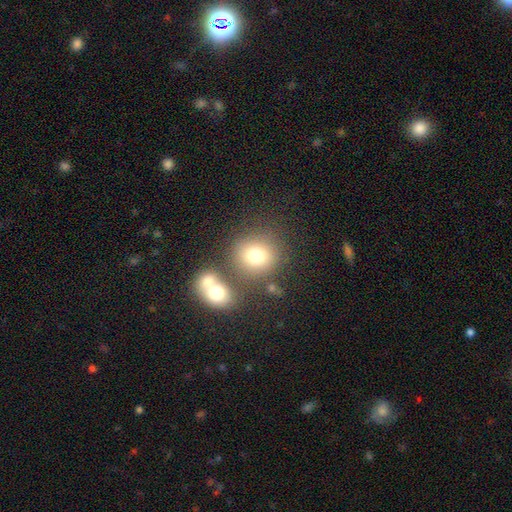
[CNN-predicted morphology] smooth-or-featured: smooth: 75% | star or artifact: 13% | featured or disk: 12%
  how-rounded: round: 84% | in between: 15% | cigar-shaped: 1%
  merging: none: 65% | merger: 20% | minor disturbance: 10% | major disturbance: 5%